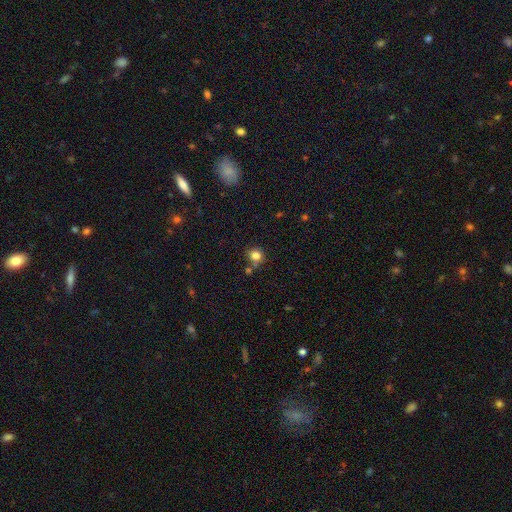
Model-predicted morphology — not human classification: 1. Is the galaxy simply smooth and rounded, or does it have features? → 81% smooth, 13% star or artifact, 6% featured or disk.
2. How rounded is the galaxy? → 87% round, 12% in between, 1% cigar-shaped.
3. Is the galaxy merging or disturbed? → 71% none, 13% merger, 12% minor disturbance, 4% major disturbance.